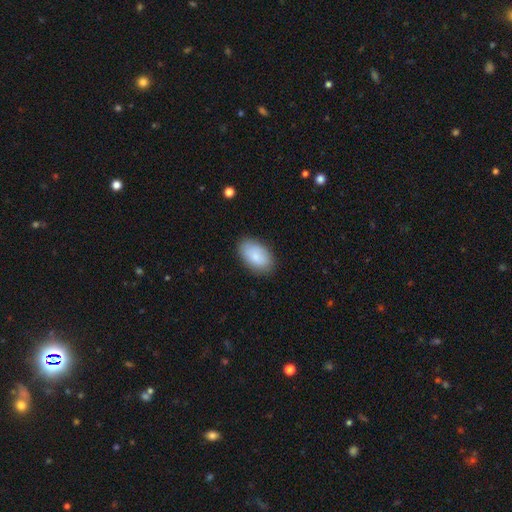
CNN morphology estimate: Smooth or featured? Predicted: smooth (p=0.85). How rounded? Predicted: in between (p=0.93). Merging? Predicted: none (p=0.85).